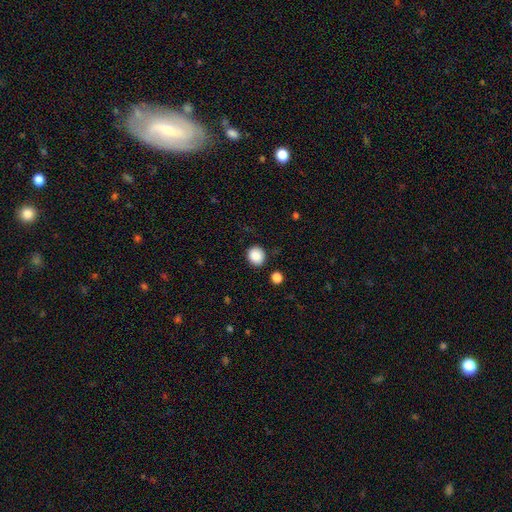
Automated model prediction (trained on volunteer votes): smooth 88%, star or artifact 9%, featured or disk 3%. Down the decision tree: how rounded — round (79%); merging — none (88%).